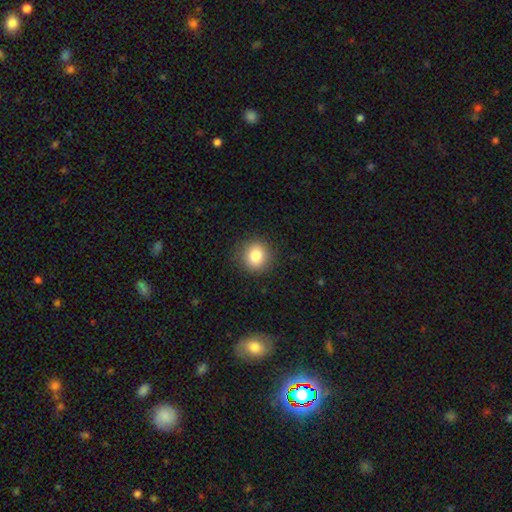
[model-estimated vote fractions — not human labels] Morphology: type=smooth (83%); roundness=round (88%); merging=none (90%).